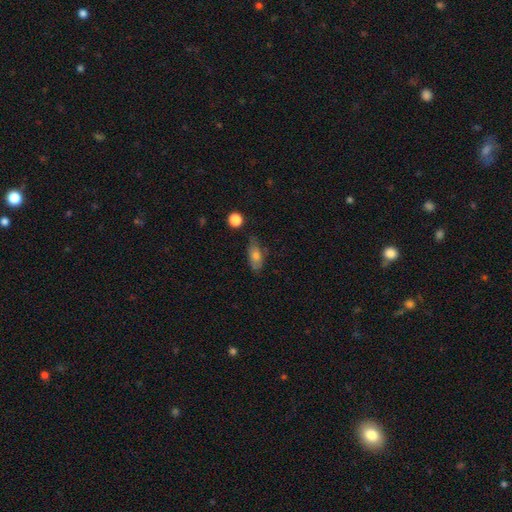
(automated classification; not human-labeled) This is likely a smooth galaxy (72%). How rounded: clearly in between (82%). Merging: likely none (67%).